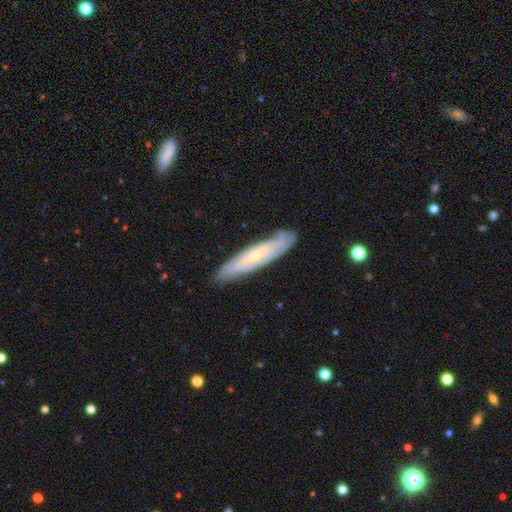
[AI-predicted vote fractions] A featured or disk galaxy (60%).

Vote fractions:
- Smooth or featured? featured or disk: 60% / smooth: 33% / star or artifact: 6%
- Edge-on disk? no: 51% / yes: 49%
- Merging? none: 84% / minor disturbance: 12% / major disturbance: 2% / merger: 1%